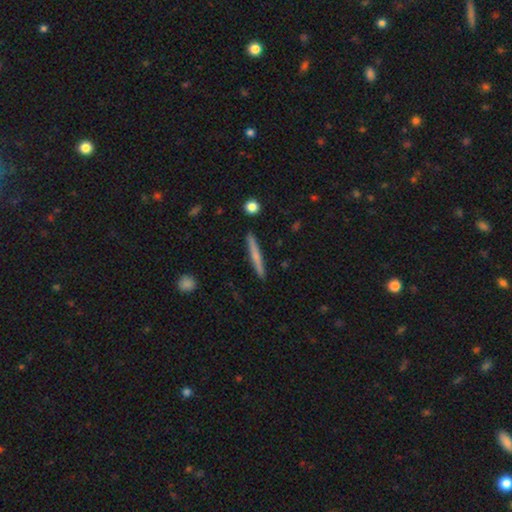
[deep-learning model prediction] Overall: smooth (58%; featured or disk 36%). How rounded: cigar-shaped (96%). Merging: none (91%).